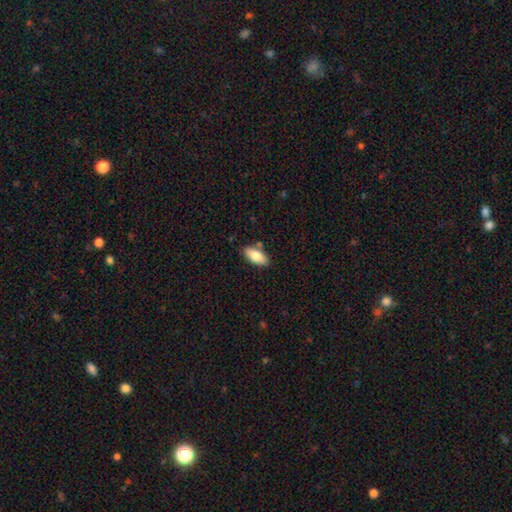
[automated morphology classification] Smooth or featured?
  - smooth: 81% *
  - featured or disk: 12%
  - star or artifact: 6%
How rounded?
  - in between: 87% *
  - cigar-shaped: 11%
  - round: 2%
Merging?
  - none: 81% *
  - minor disturbance: 12%
  - merger: 5%
  - major disturbance: 2%